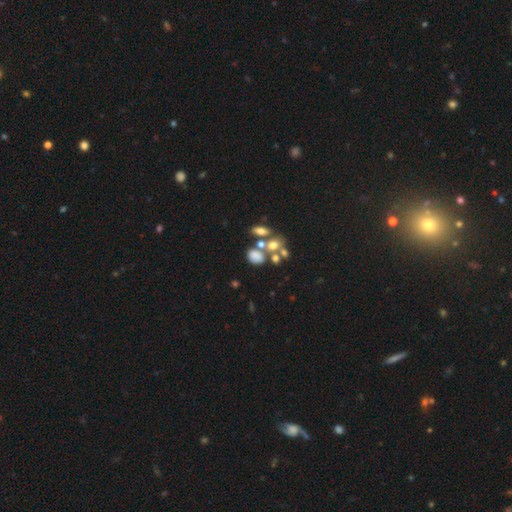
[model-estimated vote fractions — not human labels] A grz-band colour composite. It shows a smooth galaxy with no disk features (65%) that is in between round and cigar-shaped (60%). Merging: merger (42%).